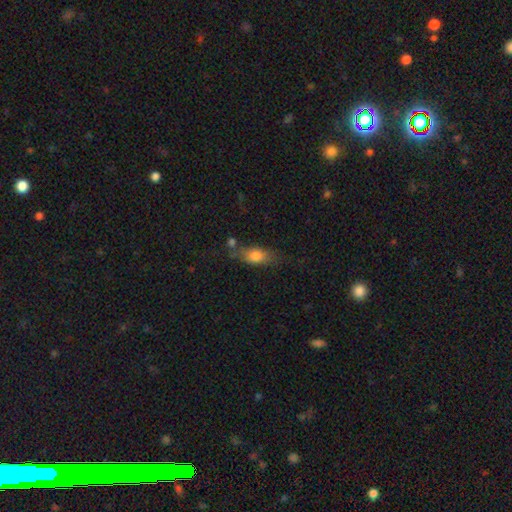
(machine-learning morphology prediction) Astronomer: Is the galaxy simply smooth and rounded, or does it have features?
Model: smooth — 74%.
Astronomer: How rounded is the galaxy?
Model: in between — 77%.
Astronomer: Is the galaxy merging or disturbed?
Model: none — 59%.